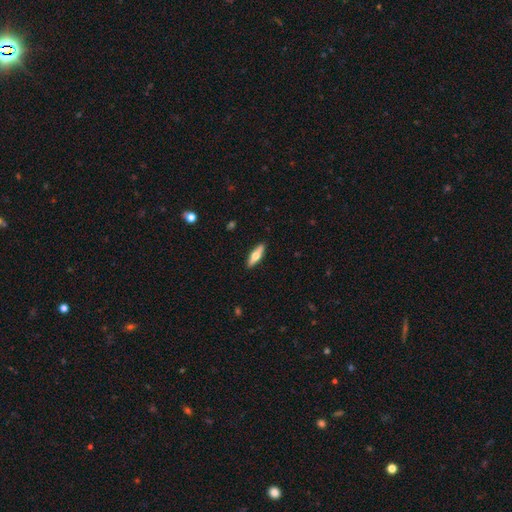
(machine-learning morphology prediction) Smooth or featured? Predicted: smooth (p=0.50). Merging? Predicted: none (p=0.90).